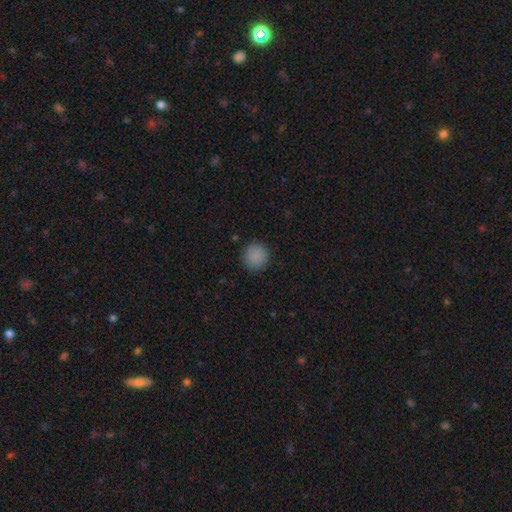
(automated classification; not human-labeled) A smooth galaxy with no disk features (87%) that is round (93%). Merging: none (88%).